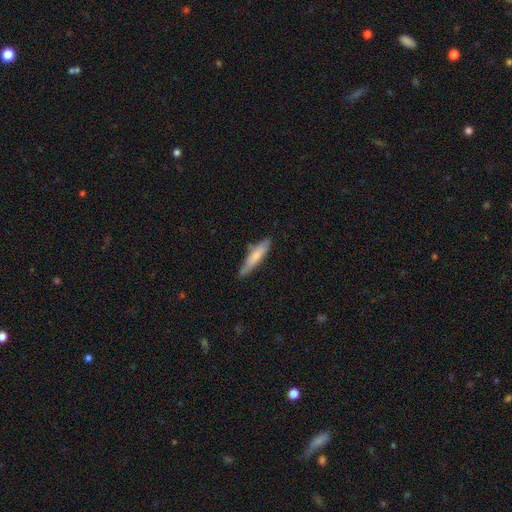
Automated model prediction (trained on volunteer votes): Overall: smooth (68%). How rounded: cigar-shaped (82%). Merging: none (73%).